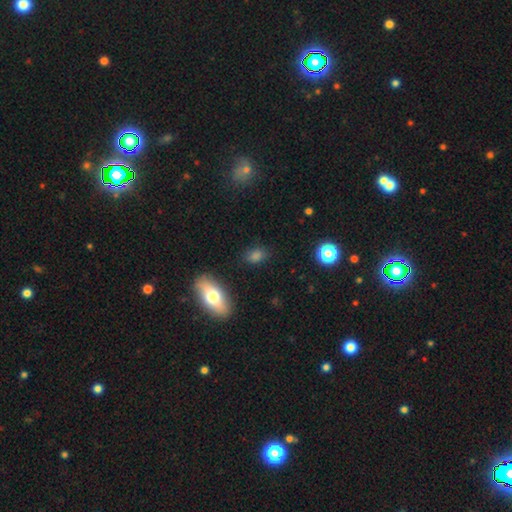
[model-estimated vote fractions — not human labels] Morphology: type=smooth (76%); roundness=in between (74%); merging=none (79%).